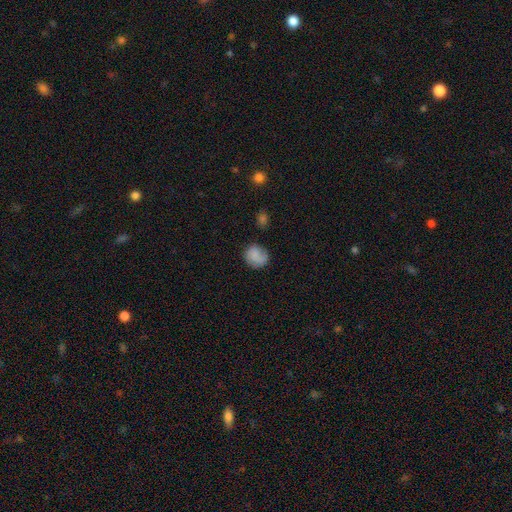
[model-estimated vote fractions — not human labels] smooth-or-featured: smooth: 76% | featured or disk: 15% | star or artifact: 8%
  how-rounded: round: 77% | in between: 22% | cigar-shaped: 1%
  merging: none: 64% | minor disturbance: 23% | major disturbance: 10% | merger: 3%